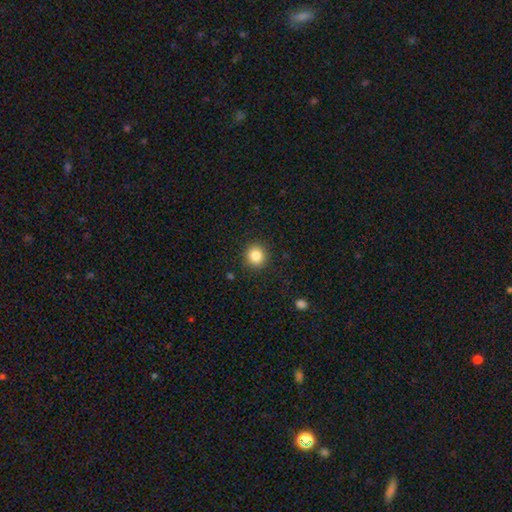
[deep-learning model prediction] This is clearly a smooth galaxy (84%). How rounded: clearly round (91%). Merging: clearly none (91%).